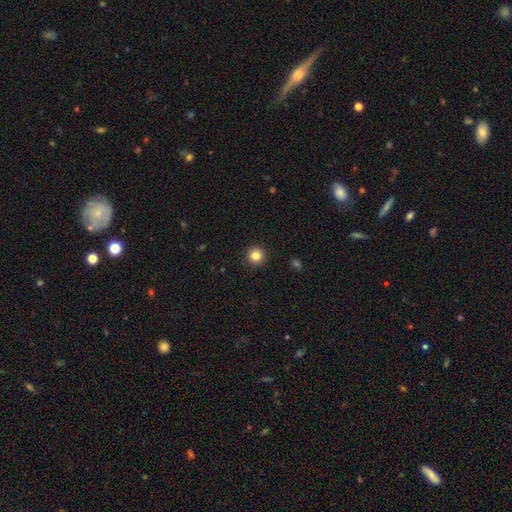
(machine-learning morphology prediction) smooth 83%, star or artifact 12%, featured or disk 6%. Down the decision tree: how rounded — round (96%); merging — none (93%).